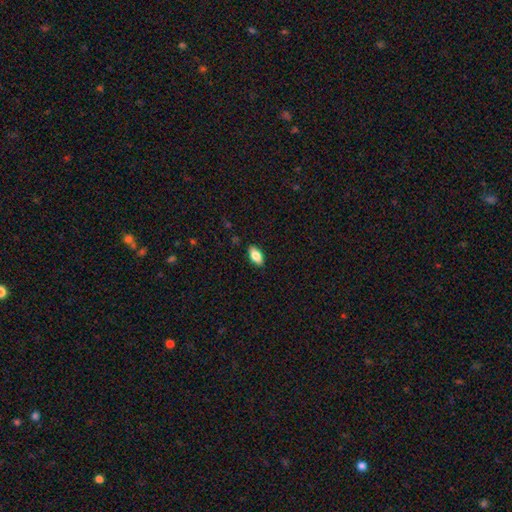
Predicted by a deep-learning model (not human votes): A smooth galaxy with no disk features (81%) that is in between round and cigar-shaped (90%).

Vote fractions:
- Smooth or featured? smooth: 81% / featured or disk: 12% / star or artifact: 7%
- How rounded? in between: 90% / cigar-shaped: 7% / round: 3%
- Merging? none: 88% / minor disturbance: 9% / major disturbance: 2% / merger: 1%